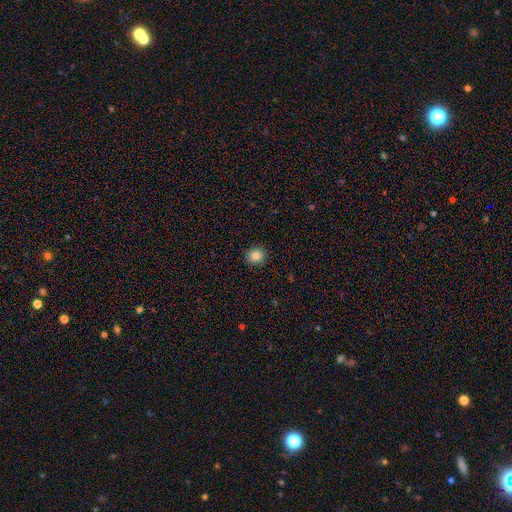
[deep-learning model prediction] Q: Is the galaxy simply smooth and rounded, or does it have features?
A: smooth — 85%.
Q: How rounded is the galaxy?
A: round — 89%.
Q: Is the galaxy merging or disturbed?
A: none — 92%.